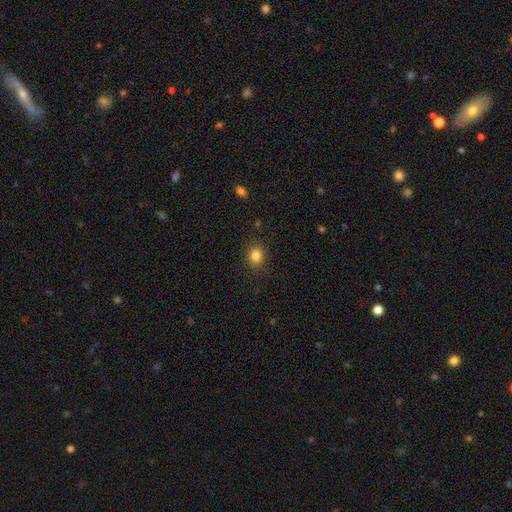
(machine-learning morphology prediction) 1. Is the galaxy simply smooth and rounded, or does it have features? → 84% smooth, 11% star or artifact, 5% featured or disk.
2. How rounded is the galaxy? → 64% round, 35% in between, 1% cigar-shaped.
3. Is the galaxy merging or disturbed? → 87% none, 9% minor disturbance, 3% major disturbance, 1% merger.